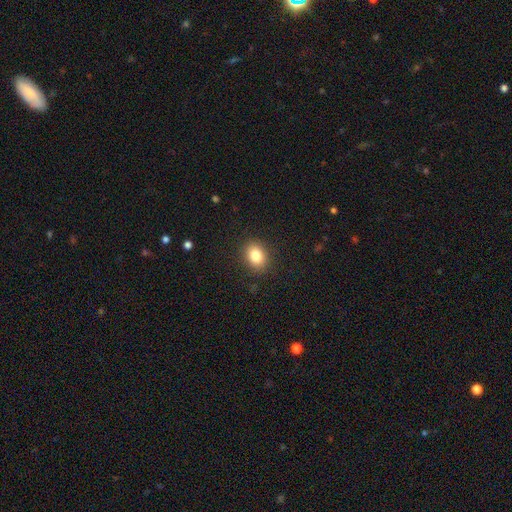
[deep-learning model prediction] Smooth or featured: smooth — 82% (star or artifact — 10%)
How rounded: in between — 53% (round — 46%)
Merging: none — 89% (minor disturbance — 8%)